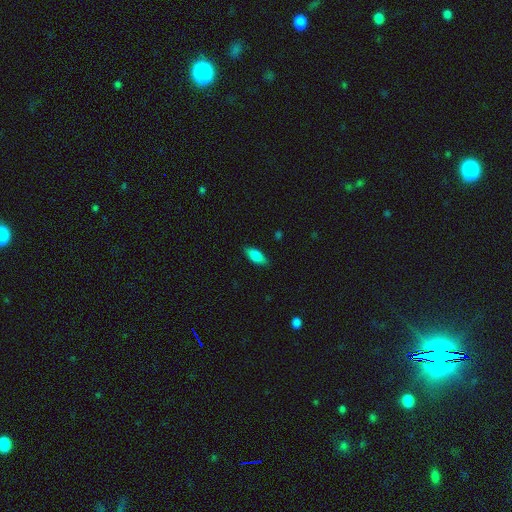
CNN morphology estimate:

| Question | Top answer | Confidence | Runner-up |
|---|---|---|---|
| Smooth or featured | smooth | 82% | featured or disk (11%) |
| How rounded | in between | 80% | cigar-shaped (18%) |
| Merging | none | 85% | minor disturbance (12%) |